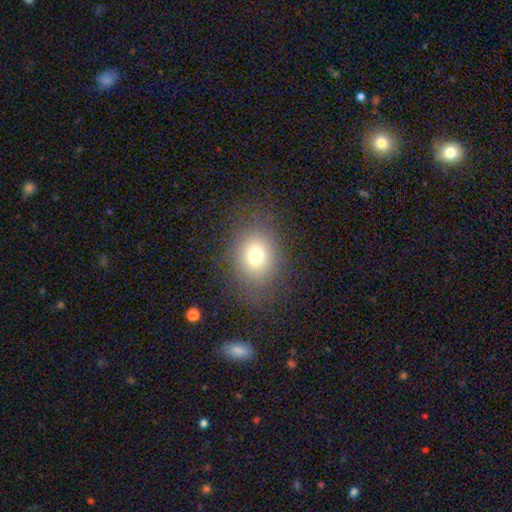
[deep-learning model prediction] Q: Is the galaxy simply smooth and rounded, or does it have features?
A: smooth — 73%.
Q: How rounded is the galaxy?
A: round — 51%.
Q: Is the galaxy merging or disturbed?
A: none — 80%.